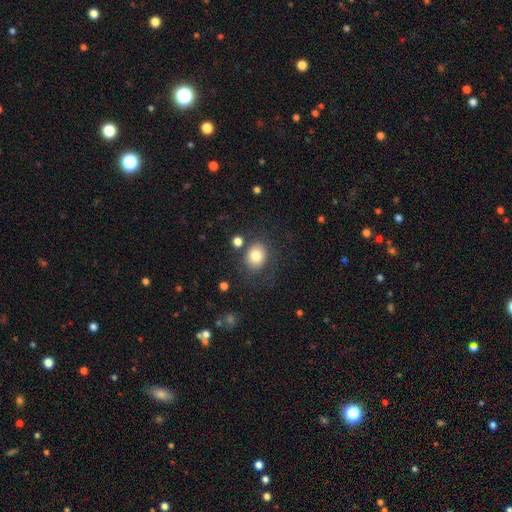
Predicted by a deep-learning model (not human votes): smooth 80%, featured or disk 10%, star or artifact 10%. Down the decision tree: how rounded — round (61%); merging — none (72%).